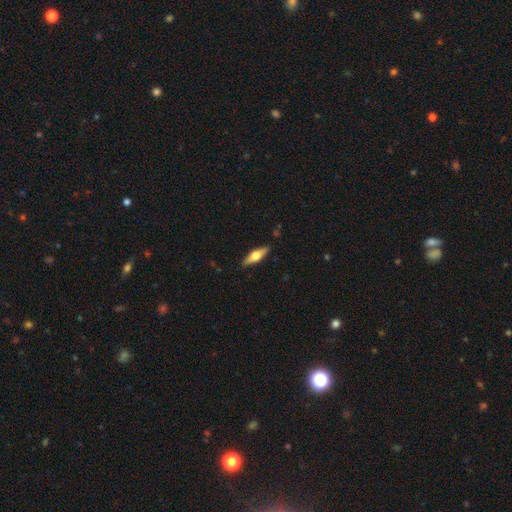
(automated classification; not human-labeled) smooth-or-featured: featured or disk: 55% | smooth: 39% | star or artifact: 6%
  disk-edge-on: yes: 94% | no: 6%
    edge-on-bulge: rounded: 93% | boxy: 6% | none: 2%
  merging: none: 87% | minor disturbance: 10% | major disturbance: 2% | merger: 1%